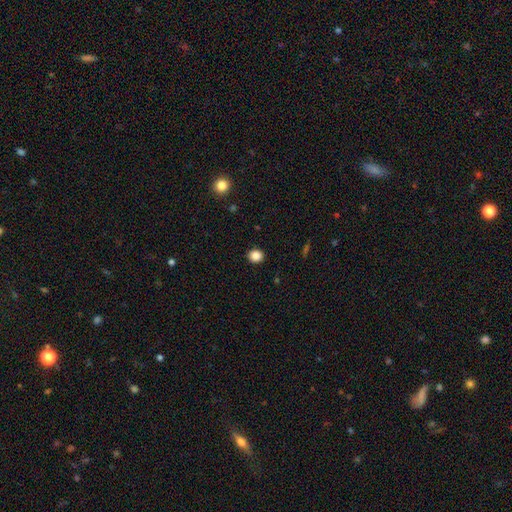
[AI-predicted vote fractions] smooth 85%, star or artifact 11%, featured or disk 3%. Down the decision tree: how rounded — round (86%); merging — none (92%).